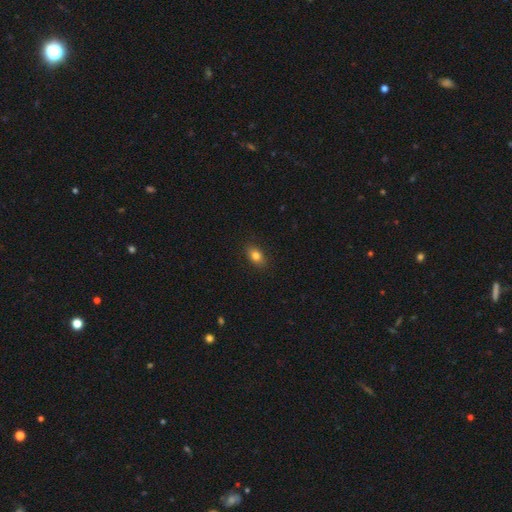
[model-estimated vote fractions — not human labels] smooth_or_featured: smooth (p=0.82) [alt: star or artifact p=0.10]
how_rounded: in between (p=0.80) [alt: round p=0.18]
merging: none (p=0.87) [alt: minor disturbance p=0.10]